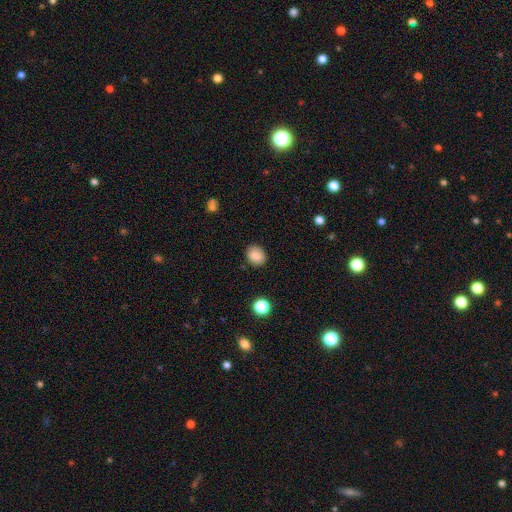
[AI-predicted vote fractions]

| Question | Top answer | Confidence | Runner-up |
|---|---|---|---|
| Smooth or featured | smooth | 84% | star or artifact (9%) |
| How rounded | round | 54% | in between (45%) |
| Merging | none | 86% | minor disturbance (10%) |